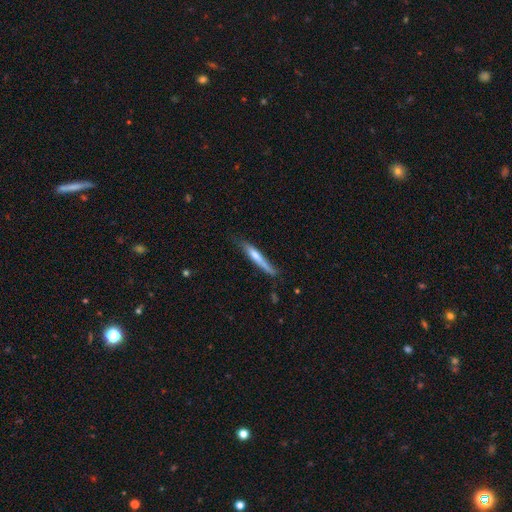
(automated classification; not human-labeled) This appears to be a smooth galaxy with no disk features (47%, tied with featured or disk). Merging: none (72%).